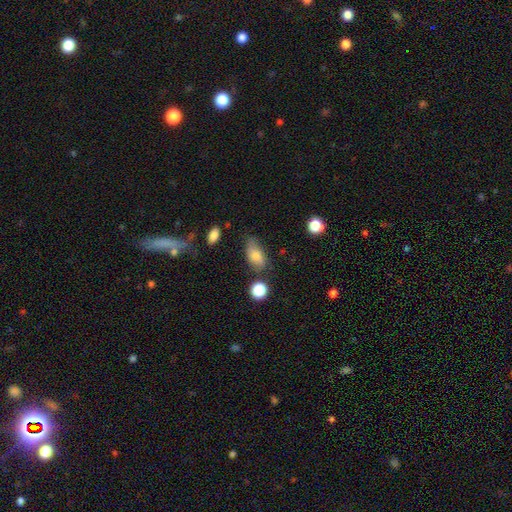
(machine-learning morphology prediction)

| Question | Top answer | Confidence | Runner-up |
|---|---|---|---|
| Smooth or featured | smooth | 75% | featured or disk (16%) |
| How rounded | in between | 88% | round (7%) |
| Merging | none | 54% | minor disturbance (32%) |